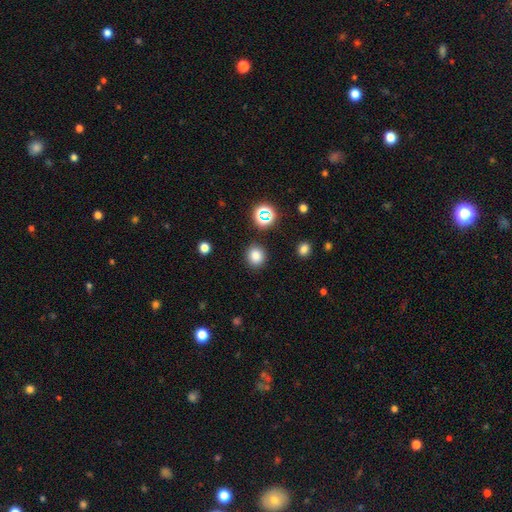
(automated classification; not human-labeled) A smooth galaxy with no disk features (80%) that is round (87%).

Vote fractions:
- Smooth or featured? smooth: 80% / star or artifact: 15% / featured or disk: 5%
- How rounded? round: 87% / in between: 12% / cigar-shaped: 1%
- Merging? none: 89% / minor disturbance: 7% / major disturbance: 3% / merger: 2%